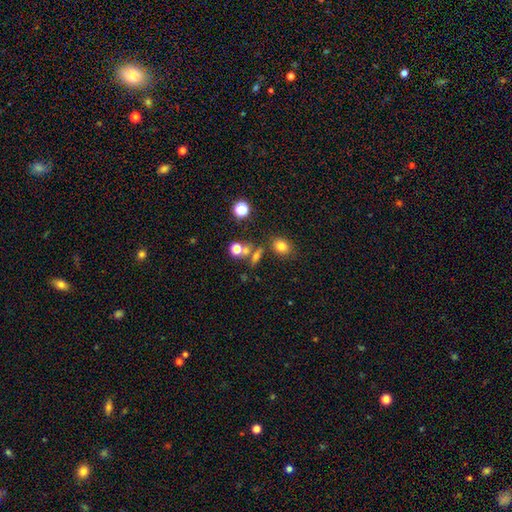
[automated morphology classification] The model was most divided on "how rounded": round: 46%, in between: 43%, cigar-shaped: 11%. More confident: smooth or featured — smooth (59%); merging — none (58%).